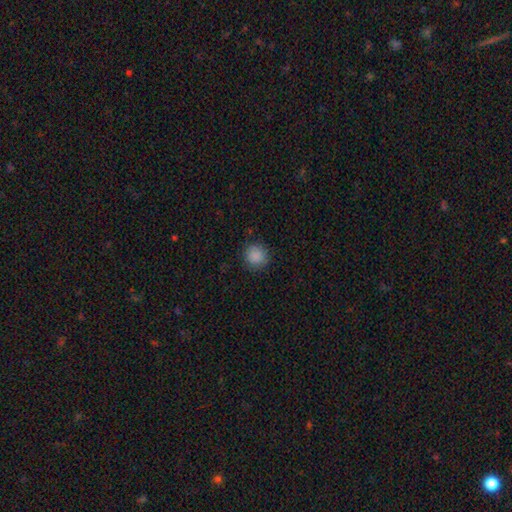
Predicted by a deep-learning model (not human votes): This is clearly a smooth galaxy (88%). How rounded: clearly round (93%). Merging: clearly none (88%).